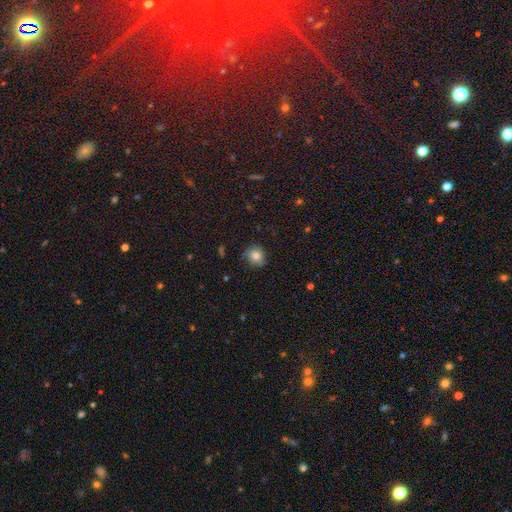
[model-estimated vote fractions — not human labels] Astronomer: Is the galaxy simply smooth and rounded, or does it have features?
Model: smooth — 74%.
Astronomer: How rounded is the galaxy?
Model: round — 76%.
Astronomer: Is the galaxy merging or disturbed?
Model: none — 71%.